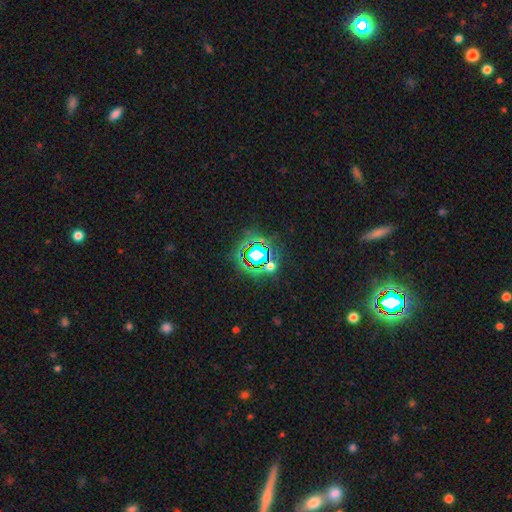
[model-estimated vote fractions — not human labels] A star or artifact, not a galaxy (71%).

Vote fractions:
- Smooth or featured? star or artifact: 71% / smooth: 17% / featured or disk: 12%